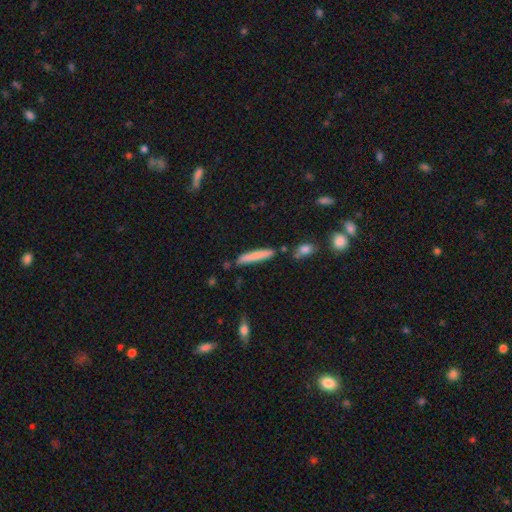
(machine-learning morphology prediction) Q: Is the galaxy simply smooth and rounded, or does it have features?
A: smooth — 77%.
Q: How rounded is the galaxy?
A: cigar-shaped — 93%.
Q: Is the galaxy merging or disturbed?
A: none — 80%.